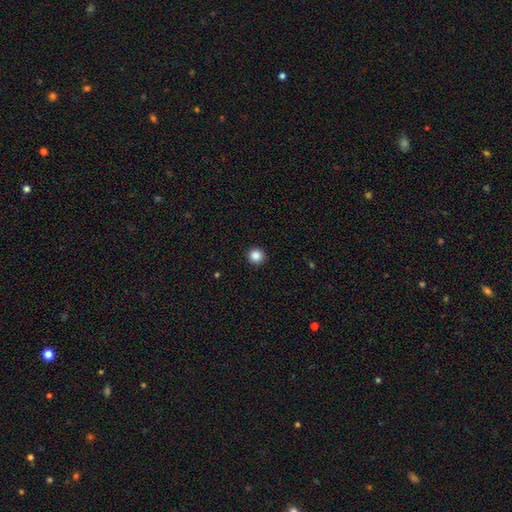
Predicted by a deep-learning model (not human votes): This appears to be a smooth galaxy with no disk features (86%) that is round (95%). Merging: none (93%).